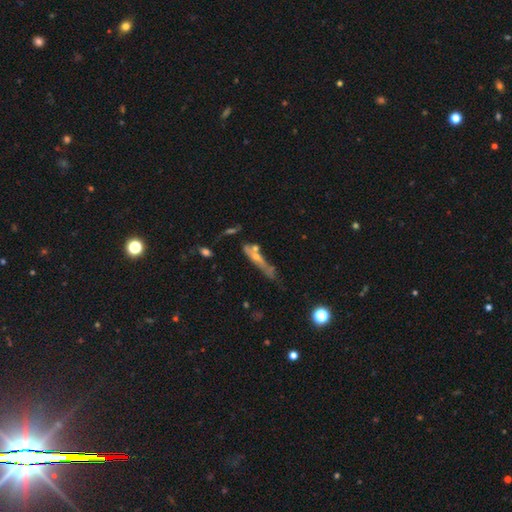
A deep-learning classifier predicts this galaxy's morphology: featured or disk 48%, smooth 43%, star or artifact 10%. Down the decision tree: merging — none (37%).